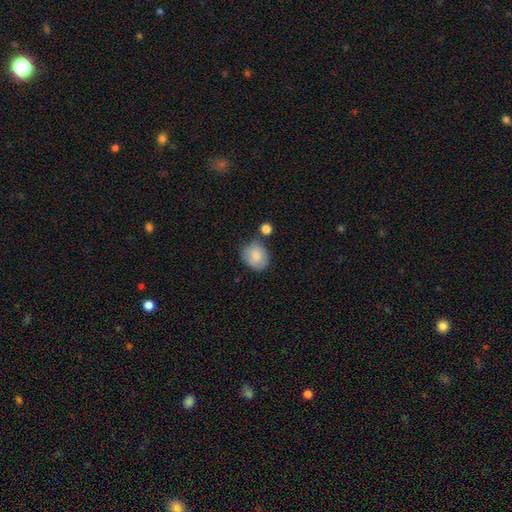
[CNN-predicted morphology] Smooth or featured?
  - smooth: 79% *
  - featured or disk: 14%
  - star or artifact: 7%
How rounded?
  - round: 67% *
  - in between: 32%
  - cigar-shaped: 1%
Merging?
  - none: 61% *
  - minor disturbance: 23%
  - merger: 10%
  - major disturbance: 6%